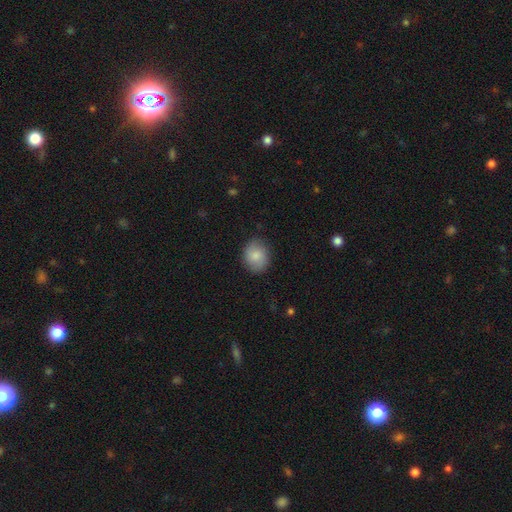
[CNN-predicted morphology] Smooth or featured: smooth — 78% (featured or disk — 15%)
How rounded: round — 63% (in between — 36%)
Merging: none — 83% (minor disturbance — 13%)